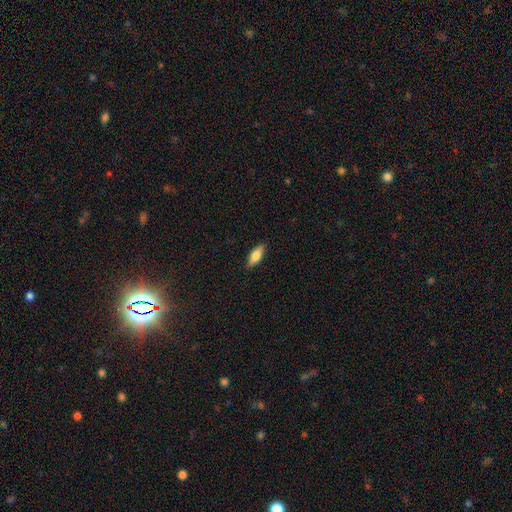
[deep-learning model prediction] Smooth or featured: smooth — 70% (featured or disk — 23%)
How rounded: in between — 68% (cigar-shaped — 30%)
Merging: none — 87% (minor disturbance — 10%)